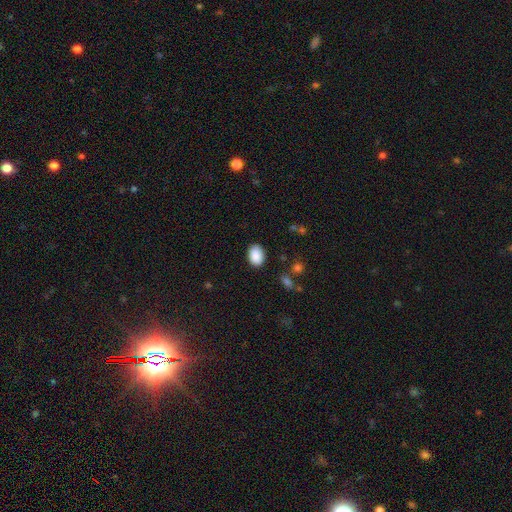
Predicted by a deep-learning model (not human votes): A smooth galaxy with no disk features (90%) that is in between round and cigar-shaped (83%).

Vote fractions:
- Smooth or featured? smooth: 90% / star or artifact: 7% / featured or disk: 3%
- How rounded? in between: 83% / round: 16% / cigar-shaped: 1%
- Merging? none: 88% / minor disturbance: 9% / major disturbance: 2% / merger: 1%